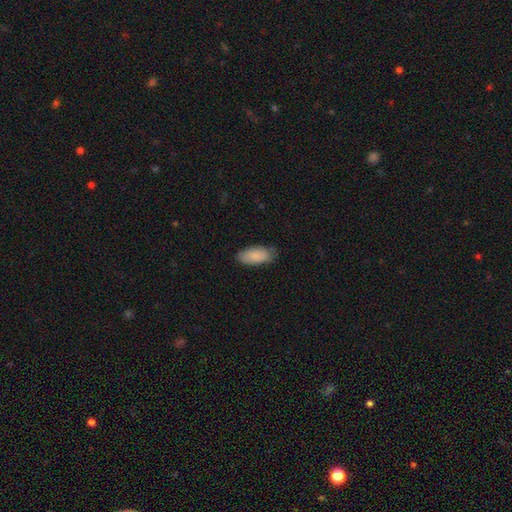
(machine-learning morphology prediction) Smooth or featured? smooth (88%)
How rounded? in between (88%)
Merging? none (78%)